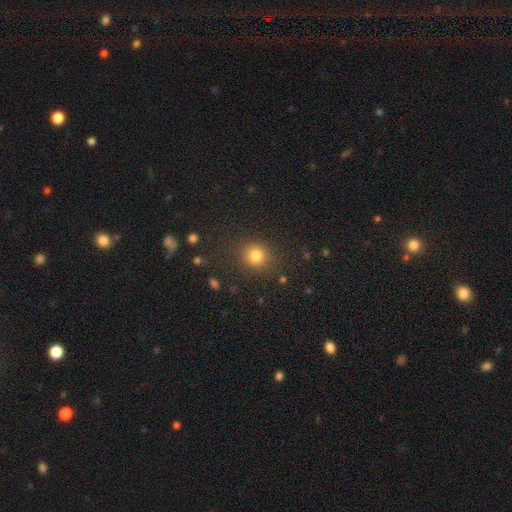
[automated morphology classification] A smooth galaxy with no disk features (82%) that is round (87%).

Vote fractions:
- Smooth or featured? smooth: 82% / star or artifact: 13% / featured or disk: 6%
- How rounded? round: 87% / in between: 12% / cigar-shaped: 1%
- Merging? none: 84% / minor disturbance: 9% / major disturbance: 5% / merger: 3%